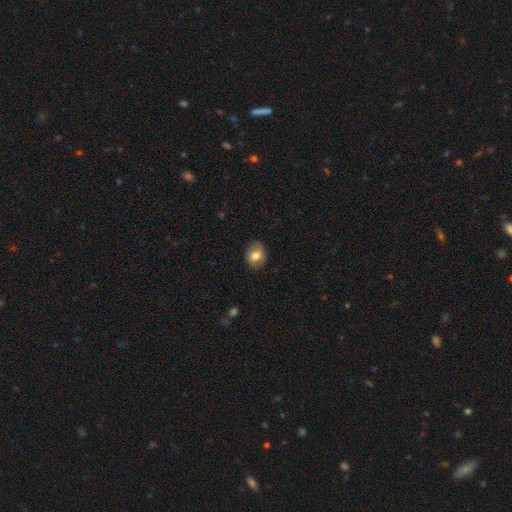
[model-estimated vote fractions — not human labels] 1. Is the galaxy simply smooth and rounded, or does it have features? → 75% smooth, 17% featured or disk, 8% star or artifact.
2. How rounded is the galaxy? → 53% in between, 45% round, 1% cigar-shaped.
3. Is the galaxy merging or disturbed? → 80% none, 16% minor disturbance, 3% major disturbance, 1% merger.